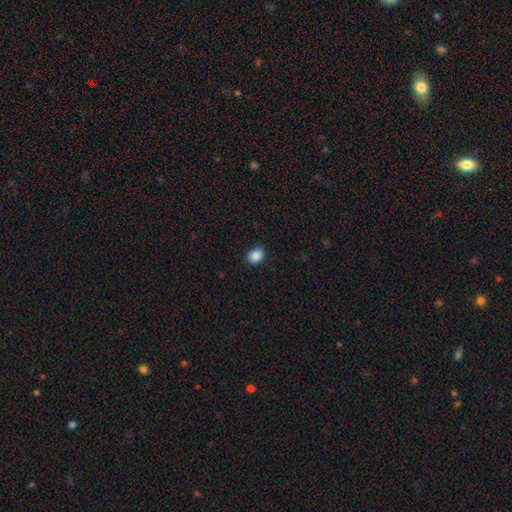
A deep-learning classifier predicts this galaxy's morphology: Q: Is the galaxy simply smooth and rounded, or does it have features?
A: smooth — 87%.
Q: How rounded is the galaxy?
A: in between — 53%.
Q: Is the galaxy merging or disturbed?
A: none — 87%.